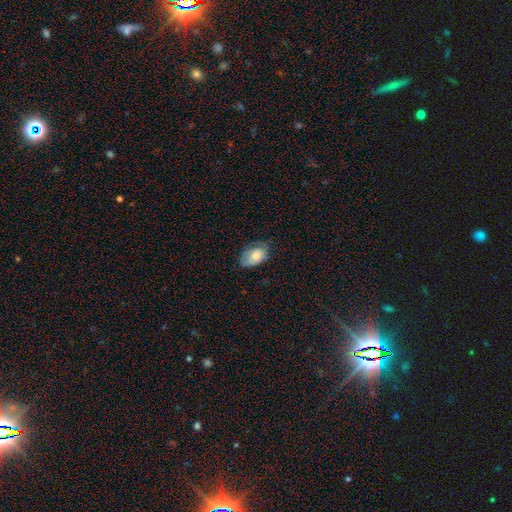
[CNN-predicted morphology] Smooth or featured: smooth — 77% (featured or disk — 16%)
How rounded: in between — 91% (round — 7%)
Merging: none — 57% (minor disturbance — 32%)